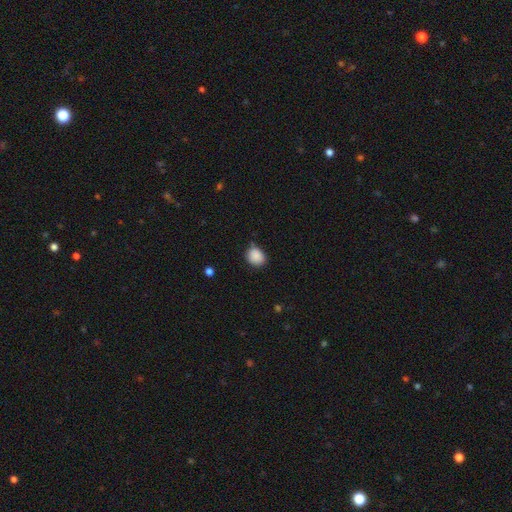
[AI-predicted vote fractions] Q: Smooth or featured?
A: smooth (88%); runner-up: star or artifact (9%)
Q: How rounded?
A: round (60%); runner-up: in between (39%)
Q: Merging?
A: none (74%); runner-up: minor disturbance (20%)